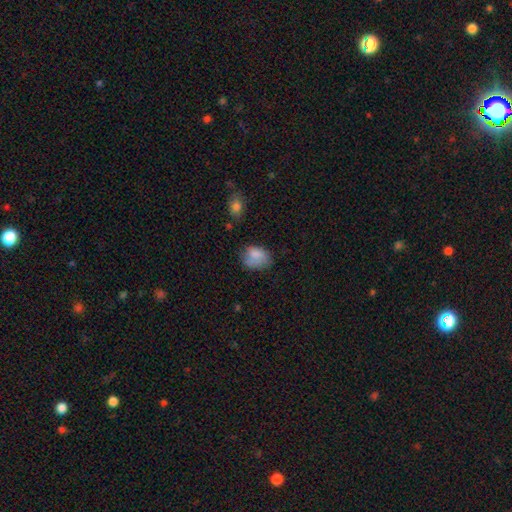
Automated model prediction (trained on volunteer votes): smooth 80%, featured or disk 11%, star or artifact 9%. Down the decision tree: how rounded — in between (68%); merging — none (53%).